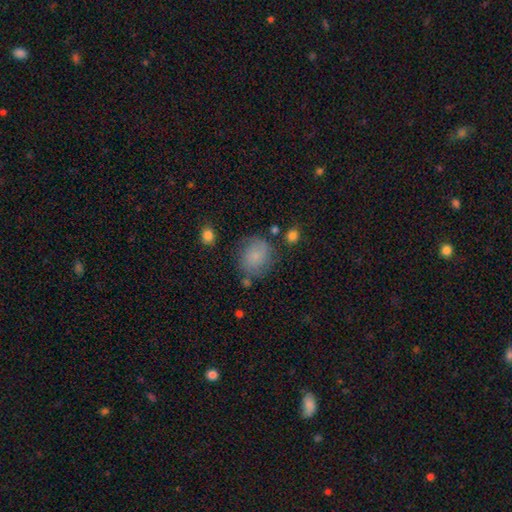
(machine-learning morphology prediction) The model was most divided on "how rounded": round: 72%, in between: 27%, cigar-shaped: 1%. More confident: smooth or featured — smooth (73%); merging — none (68%).